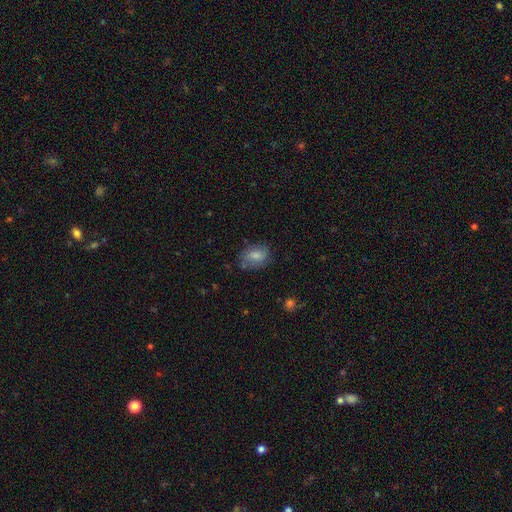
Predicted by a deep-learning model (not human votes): A smooth galaxy with no disk features (70%) that is in between round and cigar-shaped (76%). Merging: none (66%).